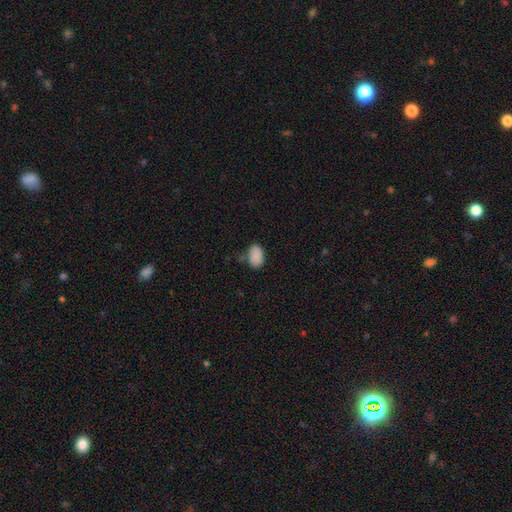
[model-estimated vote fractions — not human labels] smooth_or_featured: smooth (p=0.87) [alt: star or artifact p=0.08]
how_rounded: in between (p=0.88) [alt: round p=0.11]
merging: none (p=0.69) [alt: minor disturbance p=0.21]